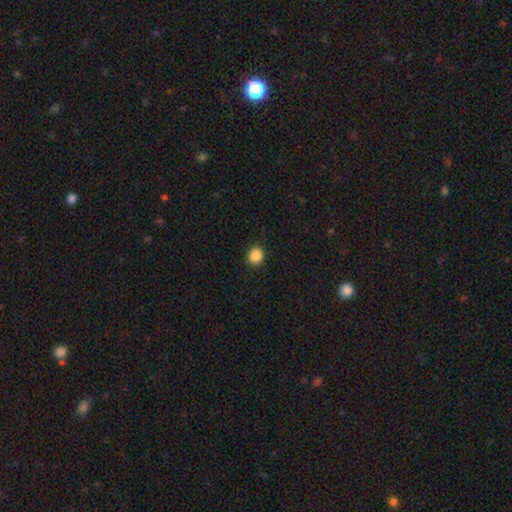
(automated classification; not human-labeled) smooth_or_featured: smooth (p=0.88) [alt: star or artifact p=0.10]
how_rounded: round (p=0.81) [alt: in between p=0.18]
merging: none (p=0.92) [alt: minor disturbance p=0.06]